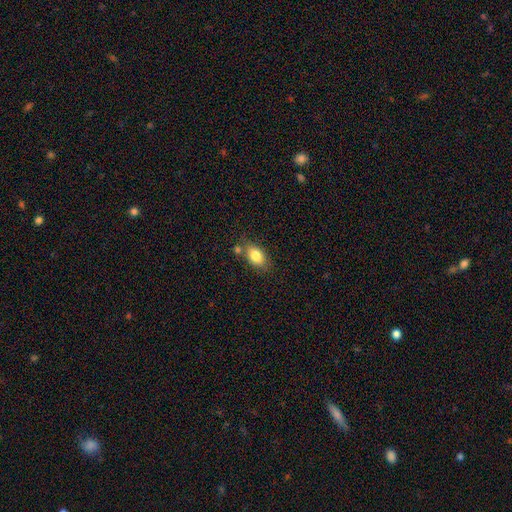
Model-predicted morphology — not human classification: type=smooth (82%); roundness=in between (86%); merging=none (65%).